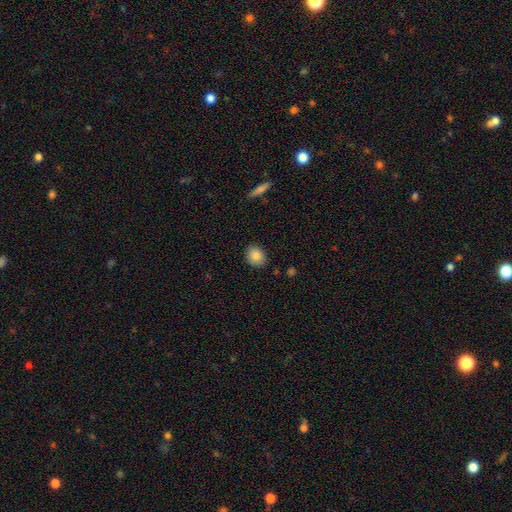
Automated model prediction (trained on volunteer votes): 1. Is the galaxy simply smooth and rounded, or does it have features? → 86% smooth, 8% star or artifact, 6% featured or disk.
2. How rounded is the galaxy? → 65% round, 34% in between, 1% cigar-shaped.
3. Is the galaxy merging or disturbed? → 88% none, 9% minor disturbance, 2% major disturbance, 1% merger.